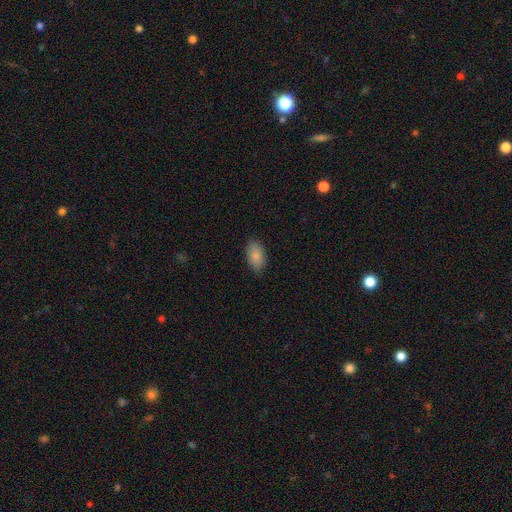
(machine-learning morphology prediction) Smooth or featured? Predicted: smooth (p=0.86). How rounded? Predicted: in between (p=0.93). Merging? Predicted: none (p=0.84).